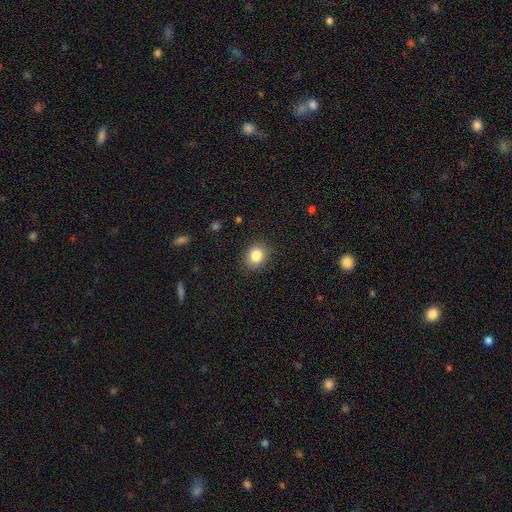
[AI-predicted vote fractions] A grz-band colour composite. It shows a smooth galaxy with no disk features (84%) that is round (58%). Merging: none (86%).